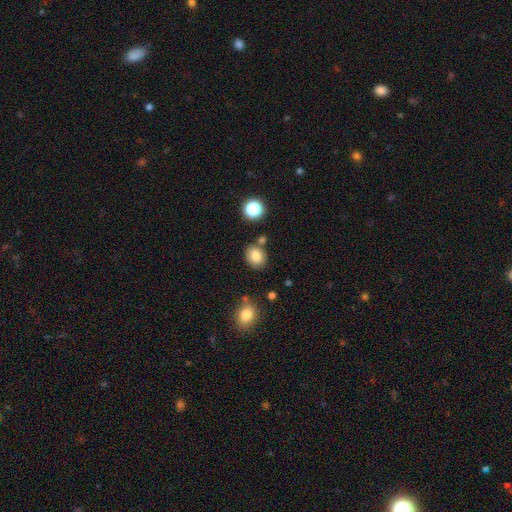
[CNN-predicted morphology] smooth 81%, star or artifact 11%, featured or disk 8%. Down the decision tree: how rounded — round (61%); merging — none (76%).